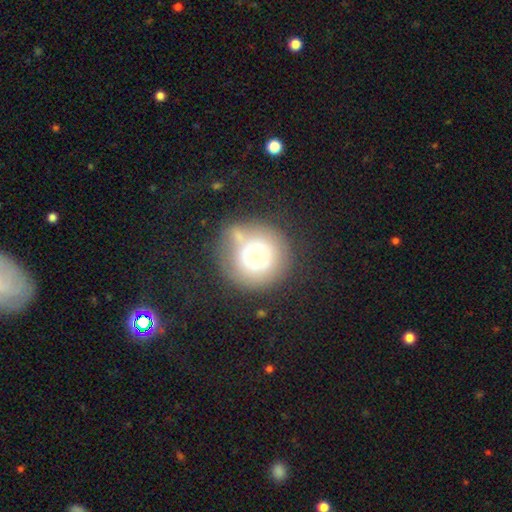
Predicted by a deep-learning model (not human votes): Smooth or featured? smooth (48%)
Merging? none (61%)